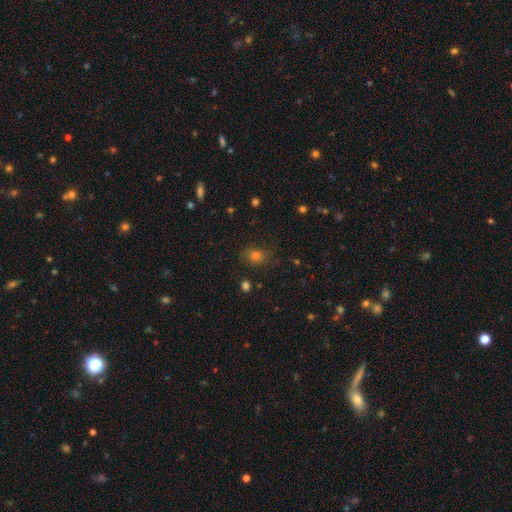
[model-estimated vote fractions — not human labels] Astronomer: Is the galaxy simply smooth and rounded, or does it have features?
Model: smooth — 70%.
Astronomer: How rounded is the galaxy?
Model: round — 64%.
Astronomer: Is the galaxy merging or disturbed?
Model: none — 82%.